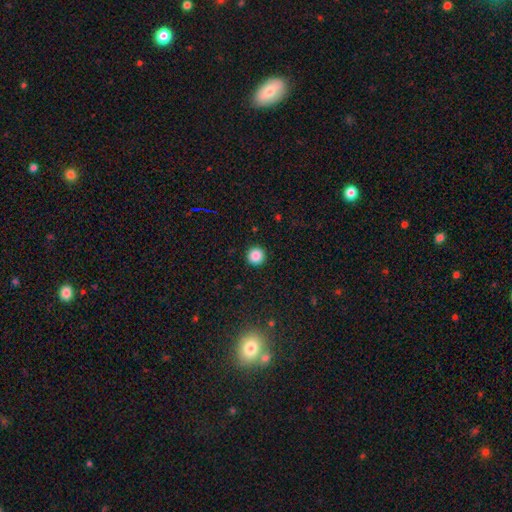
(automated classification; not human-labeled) smooth-or-featured: smooth: 87% | star or artifact: 11% | featured or disk: 3%
  how-rounded: round: 96% | in between: 3% | cigar-shaped: 1%
  merging: none: 93% | minor disturbance: 5% | major disturbance: 2% | merger: 1%